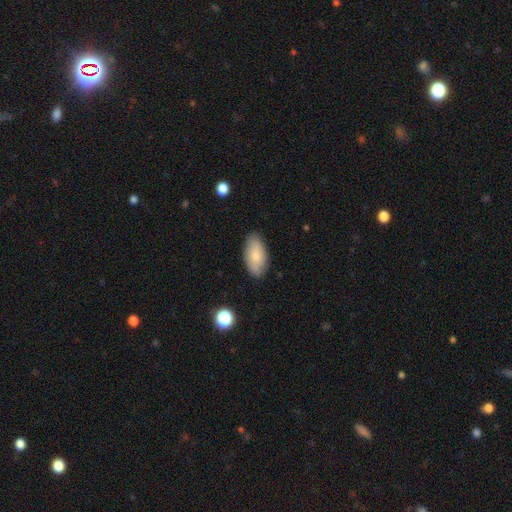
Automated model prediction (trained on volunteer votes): Smooth or featured: smooth — 77% (featured or disk — 16%)
How rounded: in between — 93% (cigar-shaped — 4%)
Merging: none — 84% (minor disturbance — 12%)